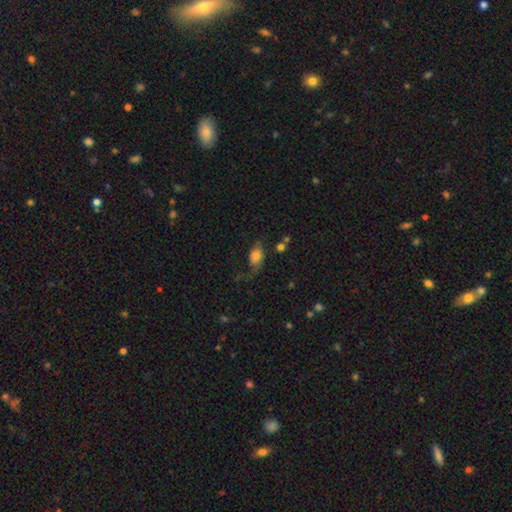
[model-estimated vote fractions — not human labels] Smooth or featured? smooth (65%)
How rounded? in between (84%)
Merging? none (42%)